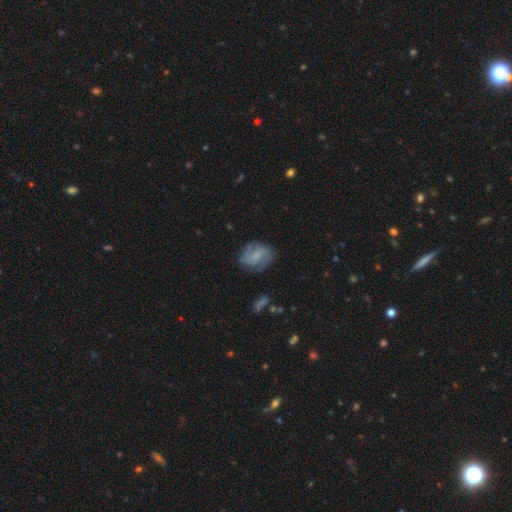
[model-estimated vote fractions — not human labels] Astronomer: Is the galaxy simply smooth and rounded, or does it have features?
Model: featured or disk — 65%.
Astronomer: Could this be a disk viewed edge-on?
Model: no — 97%.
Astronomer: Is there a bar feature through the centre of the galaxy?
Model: weak — 52%.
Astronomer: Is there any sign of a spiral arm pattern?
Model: yes — 89%.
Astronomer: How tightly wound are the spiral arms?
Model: medium — 46% (runner-up: loose, 31%).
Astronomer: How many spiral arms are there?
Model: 2 — 76%.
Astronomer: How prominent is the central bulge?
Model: small — 38% (runner-up: none, 34%).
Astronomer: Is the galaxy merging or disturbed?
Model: none — 69%.